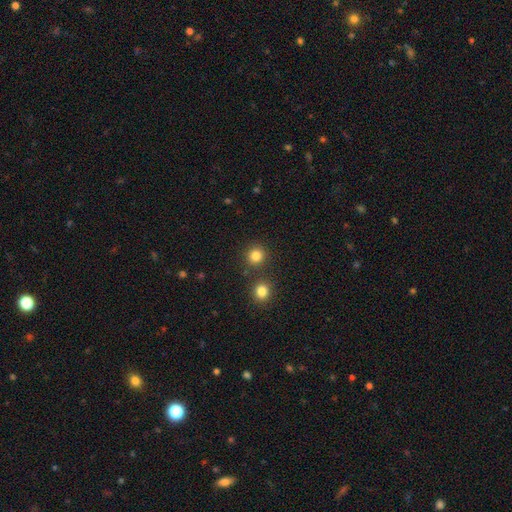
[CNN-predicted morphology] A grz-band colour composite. It shows a smooth galaxy with no disk features (83%) that is round (92%). Merging: none (83%).